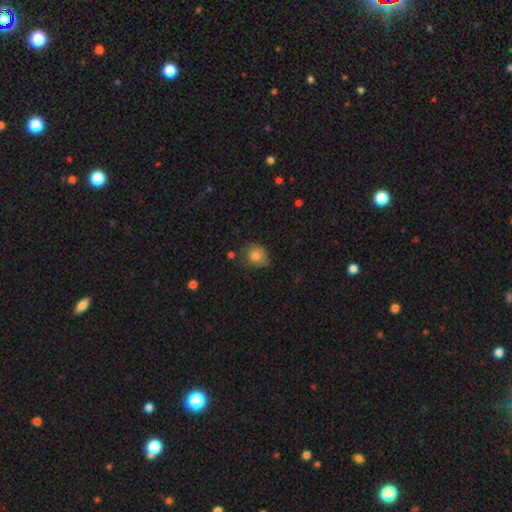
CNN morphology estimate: Smooth or featured?
  - smooth: 77% *
  - featured or disk: 14%
  - star or artifact: 9%
How rounded?
  - round: 73% *
  - in between: 26%
  - cigar-shaped: 1%
Merging?
  - none: 62% *
  - minor disturbance: 28%
  - major disturbance: 7%
  - merger: 3%